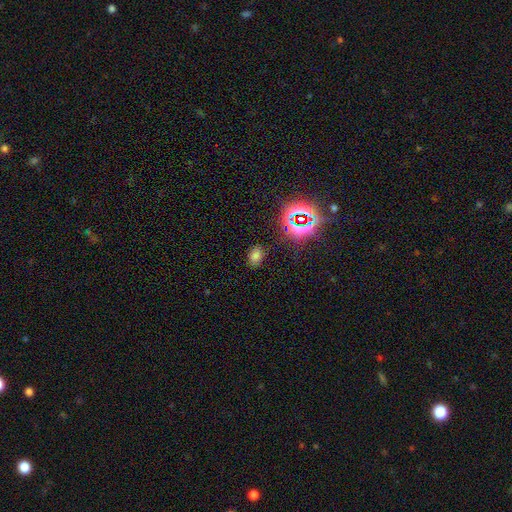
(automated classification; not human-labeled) A smooth galaxy with no disk features (66%) that is in between round and cigar-shaped (79%). Merging: none (83%).